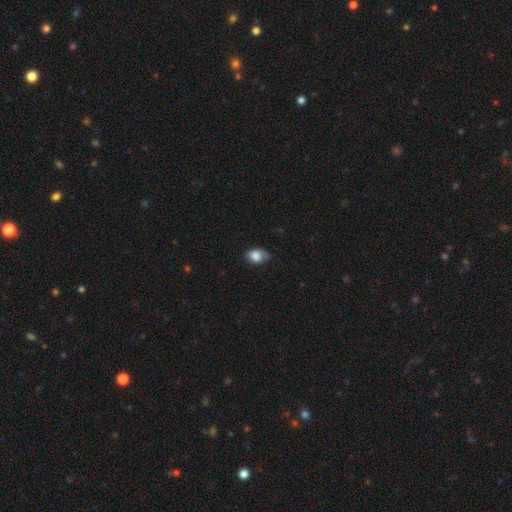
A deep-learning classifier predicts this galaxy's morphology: A smooth galaxy with no disk features (81%) that is in between round and cigar-shaped (74%).

Vote fractions:
- Smooth or featured? smooth: 81% / featured or disk: 11% / star or artifact: 8%
- How rounded? in between: 74% / round: 25% / cigar-shaped: 1%
- Merging? none: 56% / minor disturbance: 34% / major disturbance: 8% / merger: 2%